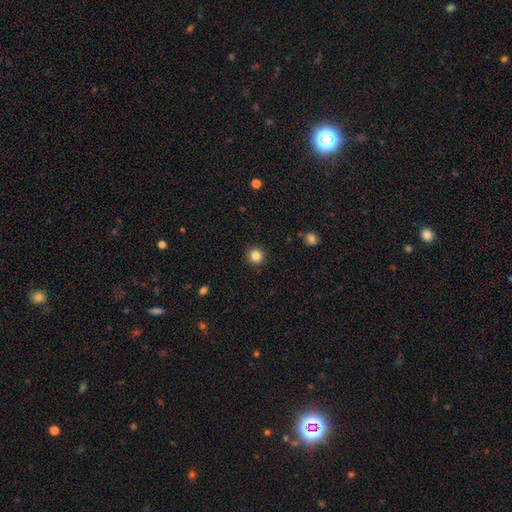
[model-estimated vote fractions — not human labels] smooth 85%, star or artifact 11%, featured or disk 4%. Down the decision tree: how rounded — round (95%); merging — none (92%).